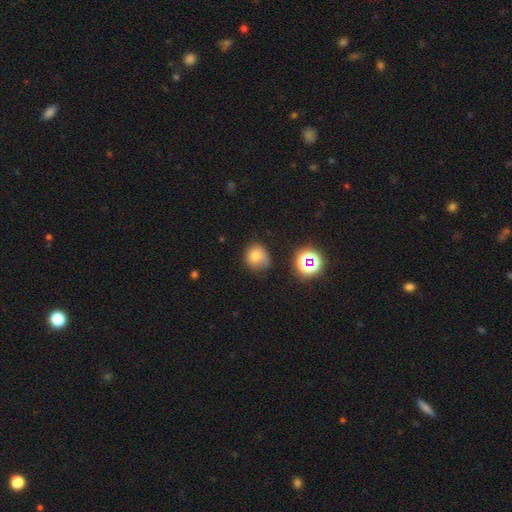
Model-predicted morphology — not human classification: The model was most divided on "merging": none: 53%, minor disturbance: 31%, major disturbance: 11%, merger: 5%. More confident: how rounded — round (74%); smooth or featured — smooth (73%).